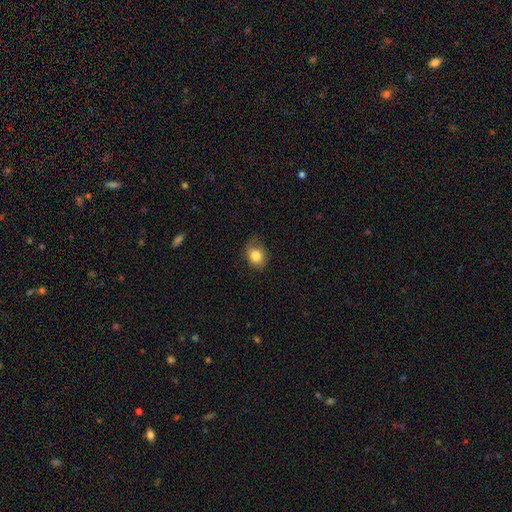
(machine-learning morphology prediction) Smooth or featured?
  - smooth: 81% *
  - featured or disk: 10%
  - star or artifact: 9%
How rounded?
  - round: 58% *
  - in between: 41%
  - cigar-shaped: 1%
Merging?
  - none: 63% *
  - minor disturbance: 26%
  - major disturbance: 9%
  - merger: 1%